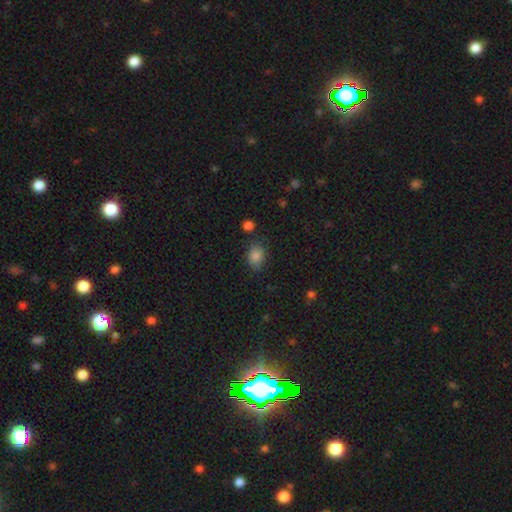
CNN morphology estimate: Smooth or featured: smooth — 85% (star or artifact — 10%)
How rounded: in between — 68% (round — 30%)
Merging: none — 77% (minor disturbance — 16%)